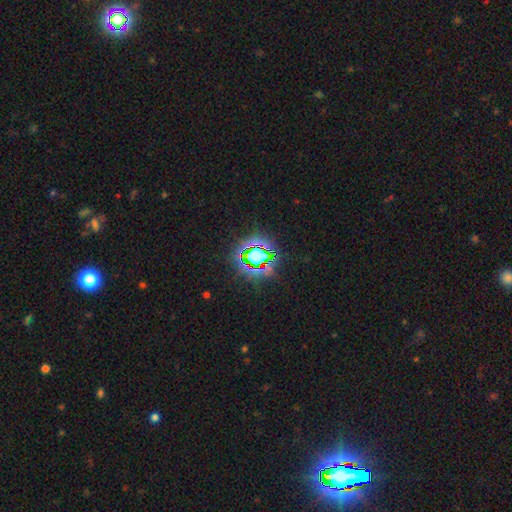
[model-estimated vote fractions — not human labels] Smooth or featured? star or artifact (72%)